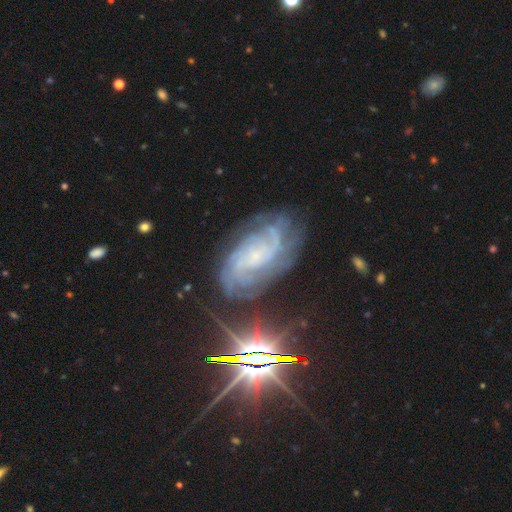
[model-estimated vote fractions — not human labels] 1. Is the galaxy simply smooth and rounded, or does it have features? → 77% featured or disk, 14% star or artifact, 9% smooth.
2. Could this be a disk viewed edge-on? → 95% no, 5% yes.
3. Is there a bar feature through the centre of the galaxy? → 62% no, 30% weak, 8% strong.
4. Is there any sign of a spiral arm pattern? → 96% yes, 4% no.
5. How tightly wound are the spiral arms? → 60% tight, 32% medium, 8% loose.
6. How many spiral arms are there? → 32% can't tell, 27% 2, 18% 3, 10% 4, 7% more than 4, 6% 1.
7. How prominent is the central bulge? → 70% small, 15% none, 12% moderate, 2% large, 1% dominant.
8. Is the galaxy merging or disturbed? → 70% none, 19% minor disturbance, 9% major disturbance, 2% merger.